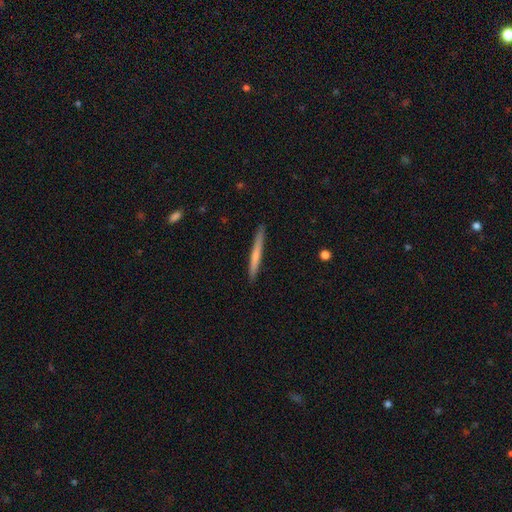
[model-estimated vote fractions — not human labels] A smooth galaxy with no disk features (59%) that is cigar-shaped (97%). Merging: none (90%).